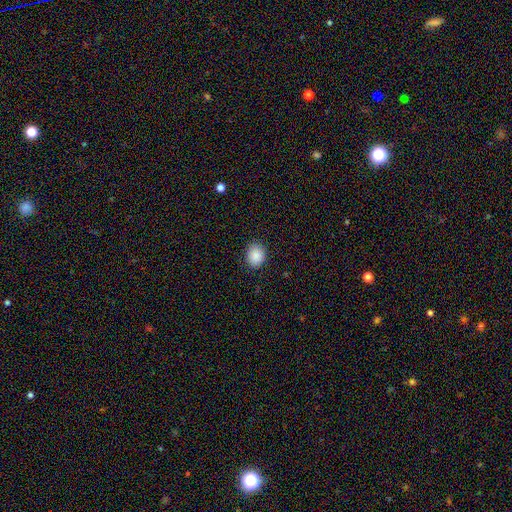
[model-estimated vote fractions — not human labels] Overall: smooth (88%). How rounded: round (58%; in between 41%). Merging: none (88%).